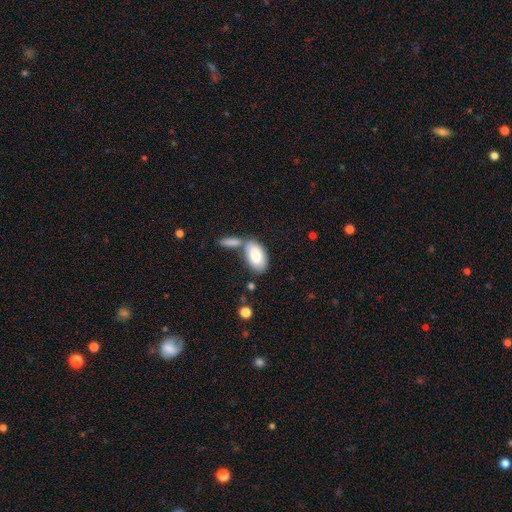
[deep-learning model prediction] smooth 79%, featured or disk 16%, star or artifact 6%. Down the decision tree: how rounded — in between (94%); merging — none (48%).